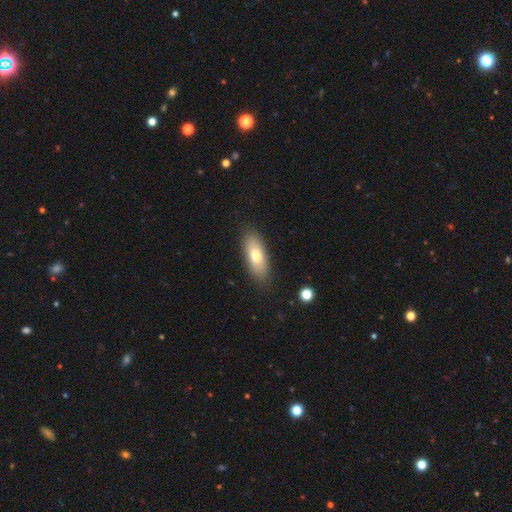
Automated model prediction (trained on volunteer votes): Smooth or featured? smooth (71%)
How rounded? in between (76%)
Merging? none (85%)